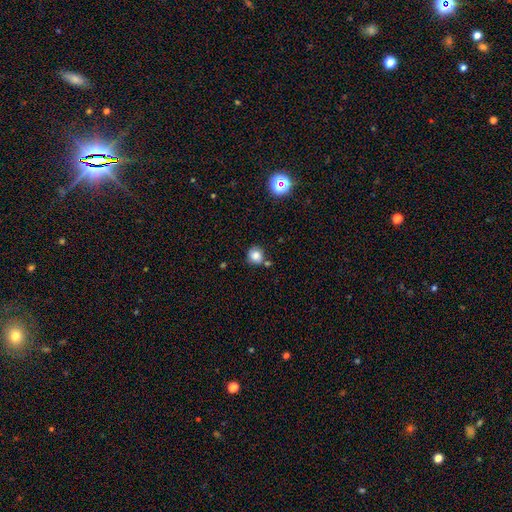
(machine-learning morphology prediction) This is clearly a smooth galaxy (81%). How rounded: clearly round (88%). Merging: likely none (67%).